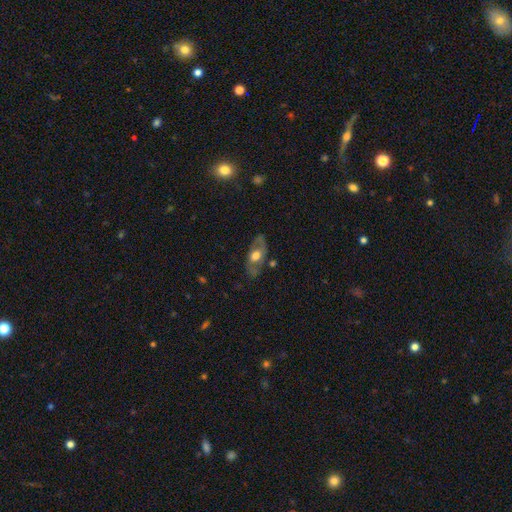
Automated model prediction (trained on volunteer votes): smooth-or-featured: featured or disk: 56% | smooth: 38% | star or artifact: 7%
  disk-edge-on: no: 80% | yes: 20%
  merging: none: 72% | minor disturbance: 18% | major disturbance: 7% | merger: 2%